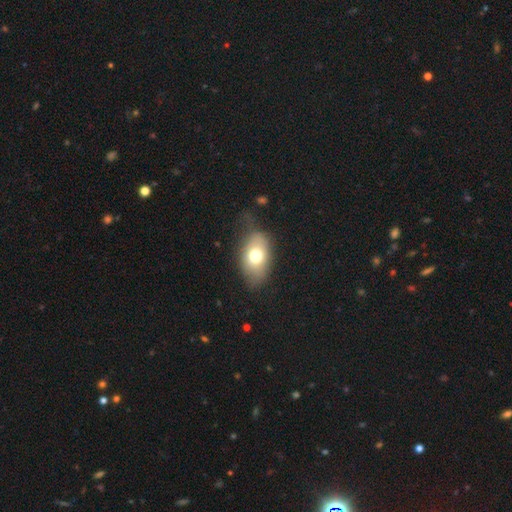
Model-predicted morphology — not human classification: This appears to be a smooth galaxy with no disk features (71%) that is in between round and cigar-shaped (85%). Merging: none (61%).